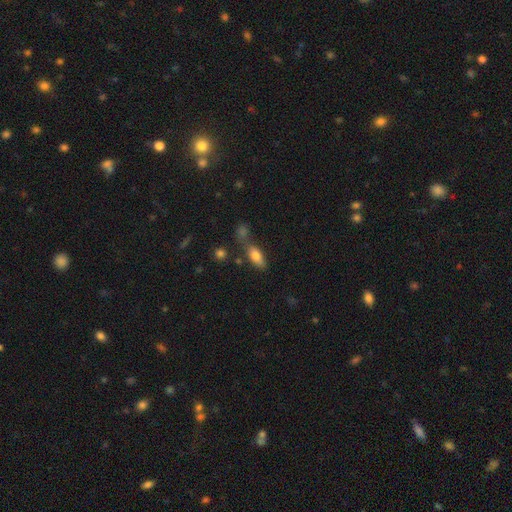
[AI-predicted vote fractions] Q: Smooth or featured?
A: smooth (79%); runner-up: featured or disk (13%)
Q: How rounded?
A: in between (76%); runner-up: cigar-shaped (20%)
Q: Merging?
A: none (57%); runner-up: merger (21%)